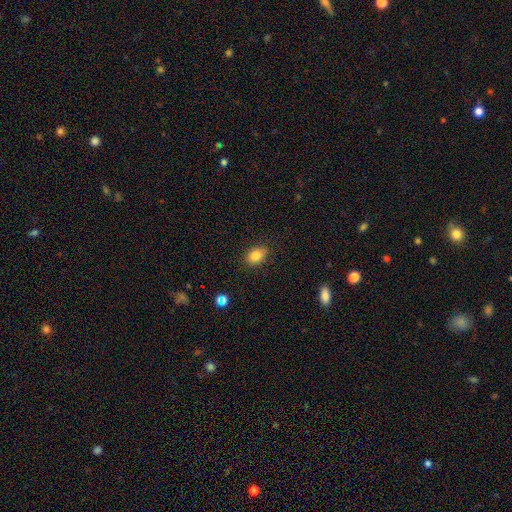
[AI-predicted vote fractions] A smooth galaxy with no disk features (83%) that is in between round and cigar-shaped (75%).

Vote fractions:
- Smooth or featured? smooth: 83% / star or artifact: 10% / featured or disk: 7%
- How rounded? in between: 75% / round: 24% / cigar-shaped: 2%
- Merging? none: 81% / minor disturbance: 14% / major disturbance: 3% / merger: 1%